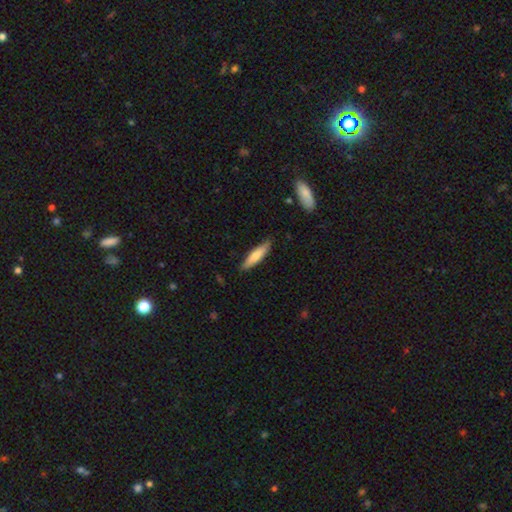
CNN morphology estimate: A smooth galaxy with no disk features (71%) that is cigar-shaped (77%). Merging: none (85%).